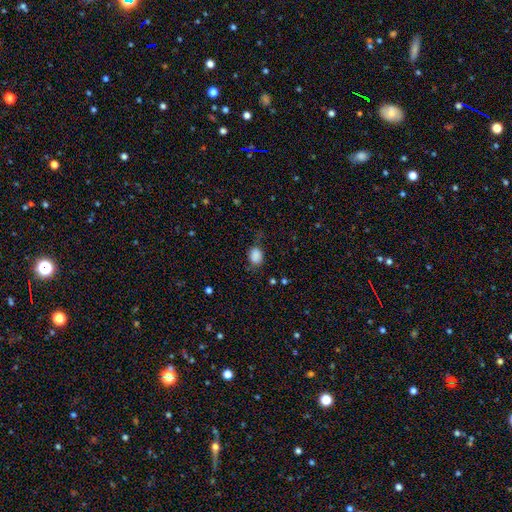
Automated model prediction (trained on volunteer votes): Smooth or featured?
  - smooth: 87% *
  - star or artifact: 9%
  - featured or disk: 4%
How rounded?
  - in between: 64% *
  - round: 35%
  - cigar-shaped: 1%
Merging?
  - none: 71% *
  - minor disturbance: 21%
  - major disturbance: 7%
  - merger: 2%